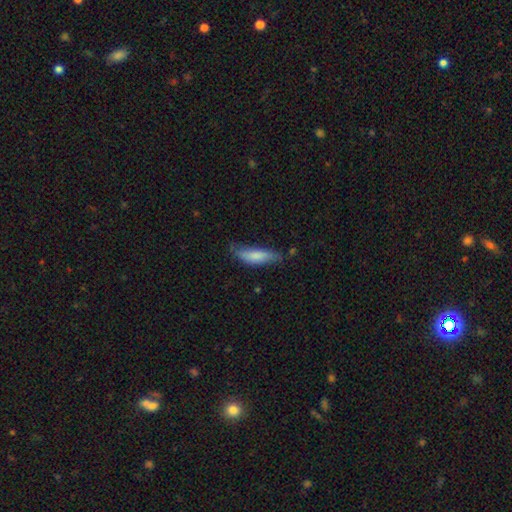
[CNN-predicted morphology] A smooth galaxy with no disk features (79%) that is cigar-shaped (58%).

Vote fractions:
- Smooth or featured? smooth: 79% / featured or disk: 16% / star or artifact: 6%
- How rounded? cigar-shaped: 58% / in between: 41% / round: 2%
- Merging? none: 59% / minor disturbance: 31% / major disturbance: 7% / merger: 3%